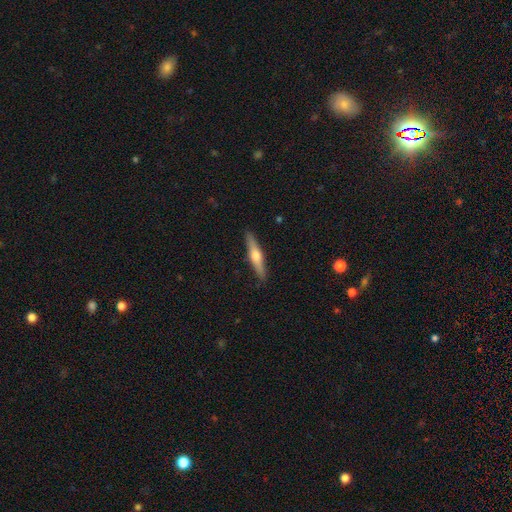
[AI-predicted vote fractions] This appears to be a featured or disk galaxy (51%) viewed edge-on (95%). Merging: none (90%).